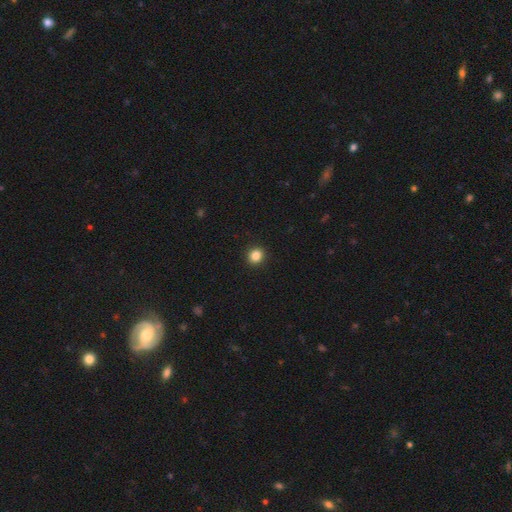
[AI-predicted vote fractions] Smooth or featured?
  - smooth: 85% *
  - star or artifact: 11%
  - featured or disk: 4%
How rounded?
  - round: 88% *
  - in between: 11%
  - cigar-shaped: 1%
Merging?
  - none: 93% *
  - minor disturbance: 5%
  - major disturbance: 2%
  - merger: 1%